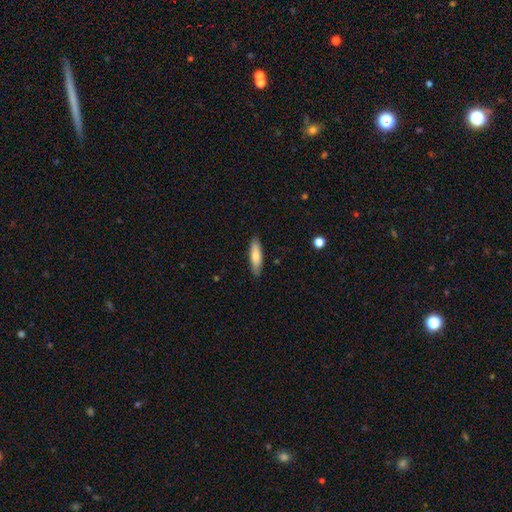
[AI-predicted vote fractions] smooth_or_featured: smooth (p=0.74) [alt: featured or disk p=0.20]
how_rounded: cigar-shaped (p=0.61) [alt: in between p=0.37]
merging: none (p=0.85) [alt: minor disturbance p=0.11]